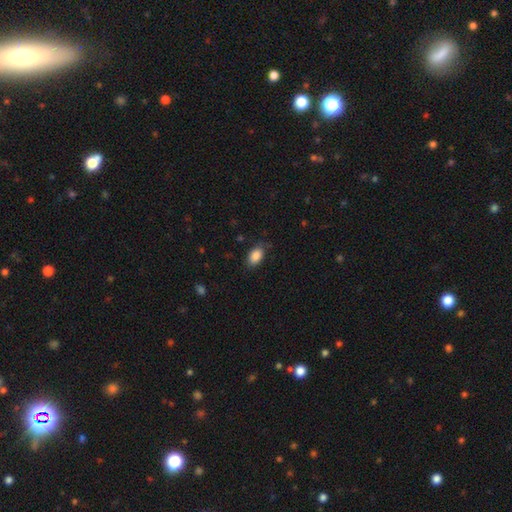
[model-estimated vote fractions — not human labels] Morphology: type=smooth (87%); roundness=in between (91%); merging=none (79%).